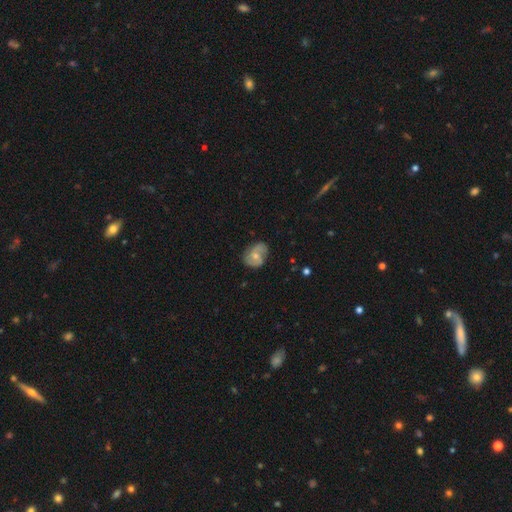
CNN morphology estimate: smooth-or-featured: featured or disk: 64% | smooth: 30% | star or artifact: 7%
  disk-edge-on: no: 97% | yes: 3%
    bar: no: 58% | weak: 35% | strong: 7%
    has-spiral-arms: yes: 88% | no: 12%
      spiral-winding: medium: 45% | loose: 28% | tight: 27%
      spiral-arm-count: 2: 79% | can't tell: 10% | 1: 5% | 3: 3% | 4: 1% | more than 4: 1%
    bulge-size: moderate: 52% | small: 42% | none: 2% | large: 2% | dominant: 1%
  merging: none: 65% | minor disturbance: 26% | major disturbance: 8% | merger: 2%